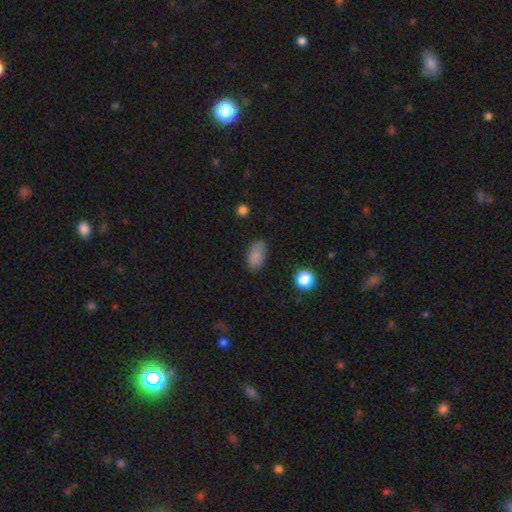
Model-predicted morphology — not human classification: Q: Smooth or featured?
A: smooth (84%); runner-up: star or artifact (10%)
Q: How rounded?
A: in between (91%); runner-up: round (6%)
Q: Merging?
A: none (80%); runner-up: minor disturbance (15%)